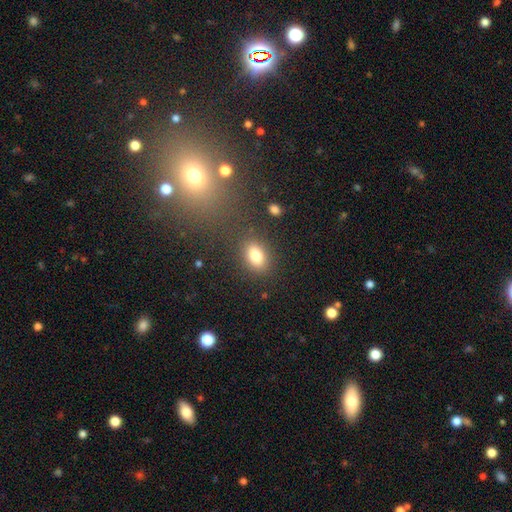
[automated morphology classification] This is clearly a smooth galaxy (82%). How rounded: clearly in between (84%). Merging: clearly none (83%).